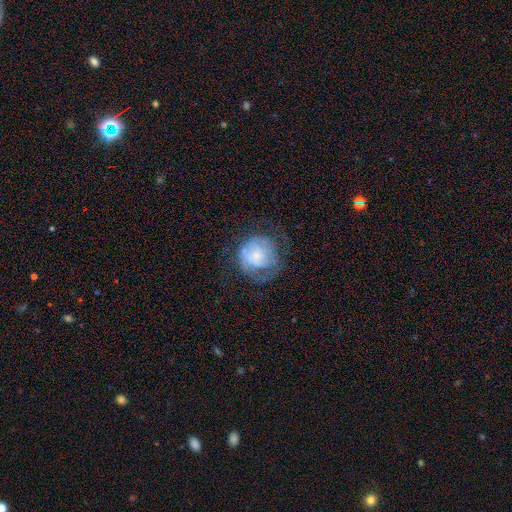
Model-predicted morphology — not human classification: smooth_or_featured: featured or disk (p=0.54) [alt: smooth p=0.38]
disk_edge_on: no (p=0.98) [alt: yes p=0.02]
bar: no (p=0.77) [alt: weak p=0.20]
has_spiral_arms: yes (p=0.71) [alt: no p=0.29]
bulge_size: small (p=0.63) [alt: moderate p=0.21]
merging: none (p=0.50) [alt: major disturbance p=0.24]